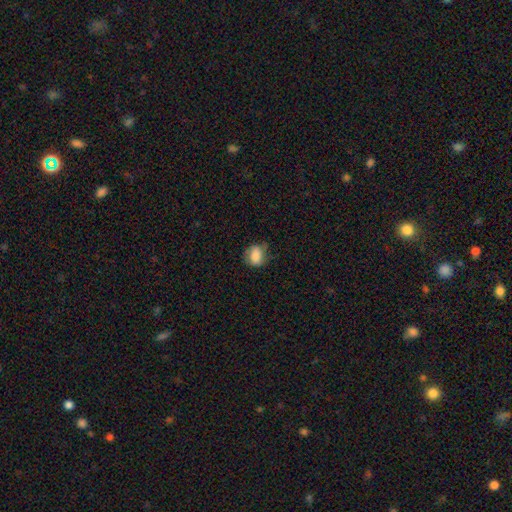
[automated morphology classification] smooth_or_featured: smooth (p=0.79) [alt: featured or disk p=0.12]
how_rounded: in between (p=0.51) [alt: round p=0.48]
merging: none (p=0.58) [alt: minor disturbance p=0.30]